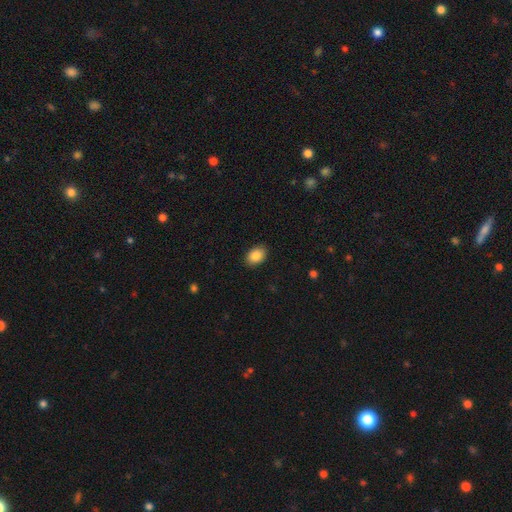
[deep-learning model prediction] Smooth or featured?
  - smooth: 88% *
  - star or artifact: 8%
  - featured or disk: 5%
How rounded?
  - in between: 79% *
  - round: 20%
  - cigar-shaped: 1%
Merging?
  - none: 89% *
  - minor disturbance: 8%
  - major disturbance: 2%
  - merger: 1%